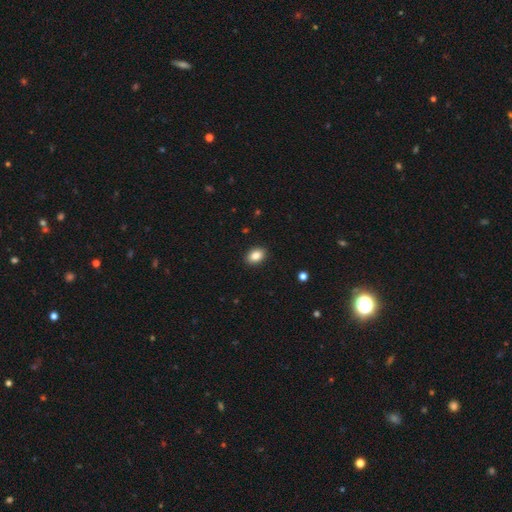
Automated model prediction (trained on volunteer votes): Morphology: type=smooth (86%); roundness=in between (80%); merging=none (90%).